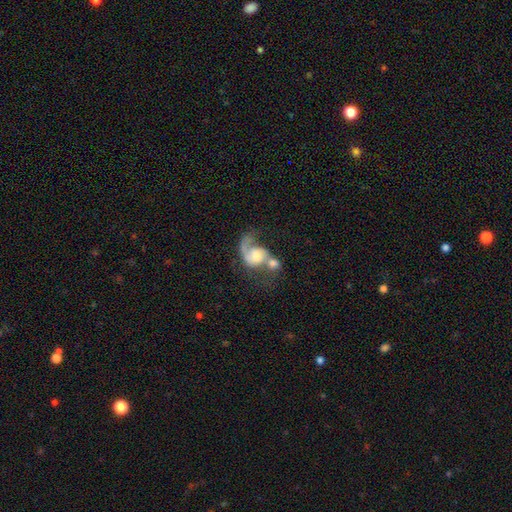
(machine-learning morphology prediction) Smooth or featured?
  - featured or disk: 72% *
  - smooth: 21%
  - star or artifact: 7%
Edge-on disk?
  - no: 98% *
  - yes: 2%
Bar?
  - no: 65% *
  - weak: 30%
  - strong: 6%
Spiral arms?
  - yes: 90% *
  - no: 10%
Spiral winding?
  - loose: 50% *
  - medium: 36%
  - tight: 13%
Spiral arm count?
  - 1: 56% *
  - 2: 37%
  - can't tell: 4%
  - 3: 1%
  - 4: 1%
  - more than 4: 1%
Bulge size?
  - moderate: 48% *
  - small: 21%
  - large: 20%
  - none: 9%
  - dominant: 3%
Merging?
  - merger: 60% *
  - major disturbance: 17%
  - none: 15%
  - minor disturbance: 8%